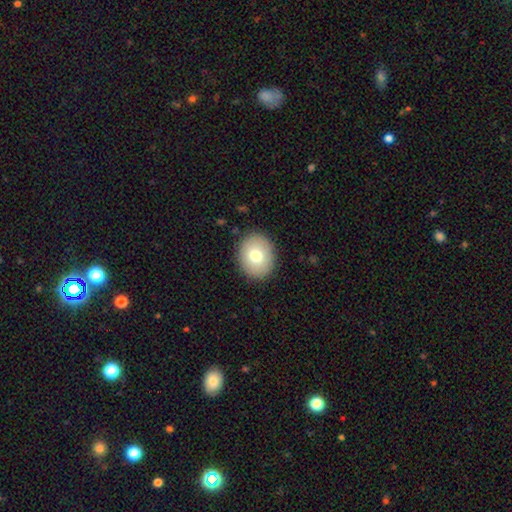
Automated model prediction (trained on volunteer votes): Smooth or featured? smooth (76%)
How rounded? round (60%)
Merging? none (89%)